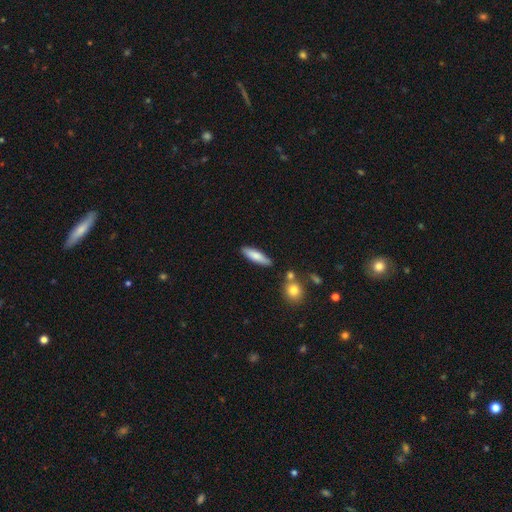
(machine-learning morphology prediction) This appears to be a smooth galaxy with no disk features (78%) that is cigar-shaped (64%). Merging: none (83%).